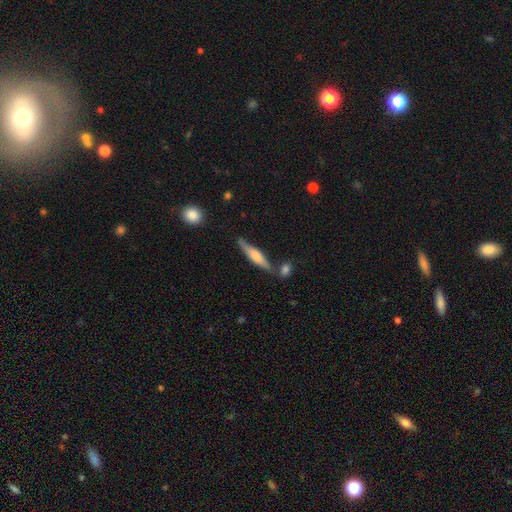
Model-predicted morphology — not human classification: type=featured or disk (51%); edge-on=yes (93%); merging=none (75%).